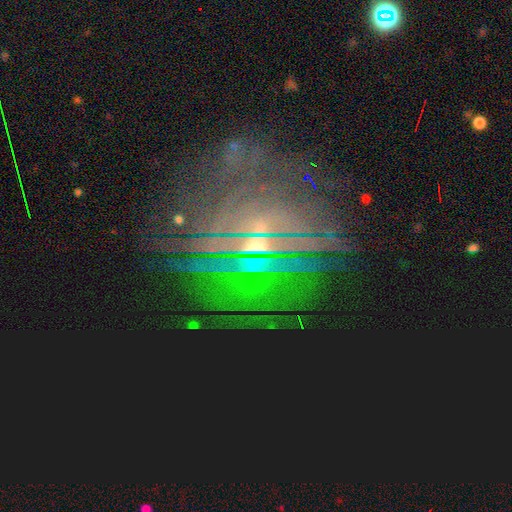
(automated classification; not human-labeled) A star or artifact, not a galaxy (50%).